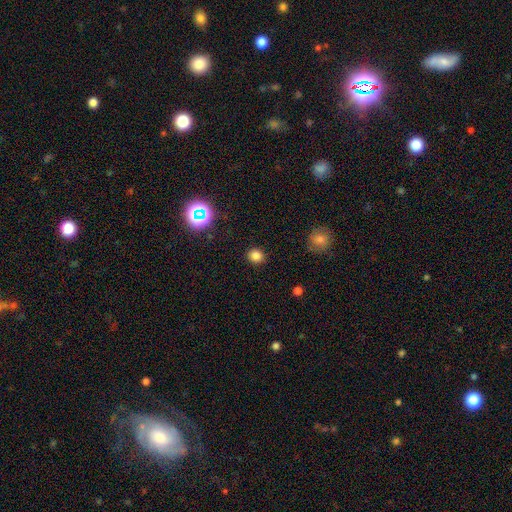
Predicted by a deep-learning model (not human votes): smooth 80%, star or artifact 15%, featured or disk 4%. Down the decision tree: how rounded — round (83%); merging — none (90%).